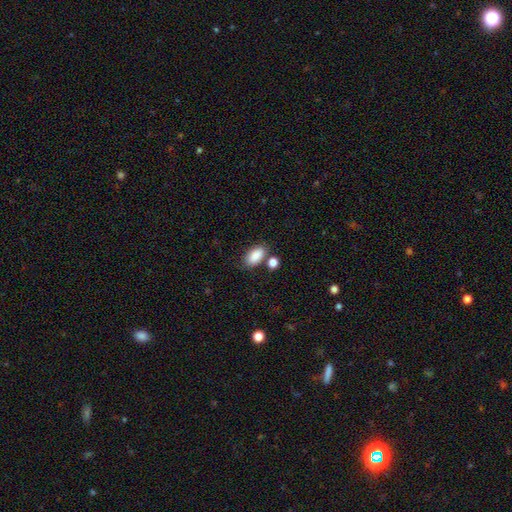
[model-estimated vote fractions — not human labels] Overall: smooth (88%). How rounded: in between (92%). Merging: none (70%).